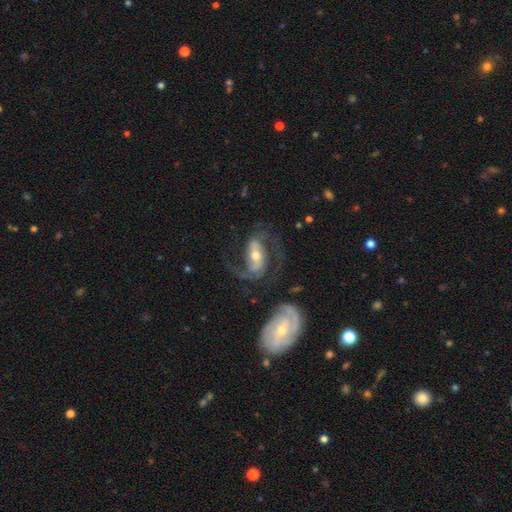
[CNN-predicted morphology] Smooth or featured?
  - featured or disk: 87% *
  - smooth: 8%
  - star or artifact: 5%
Edge-on disk?
  - no: 96% *
  - yes: 4%
Bar?
  - strong: 46% *
  - weak: 34%
  - no: 20%
Spiral arms?
  - yes: 95% *
  - no: 5%
Spiral winding?
  - medium: 51% *
  - loose: 33%
  - tight: 15%
Spiral arm count?
  - 2: 88% *
  - can't tell: 4%
  - 1: 3%
  - 3: 3%
  - 4: 1%
  - more than 4: 1%
Bulge size?
  - moderate: 58% *
  - small: 34%
  - large: 5%
  - none: 1%
  - dominant: 1%
Merging?
  - none: 55% *
  - major disturbance: 20%
  - minor disturbance: 15%
  - merger: 10%